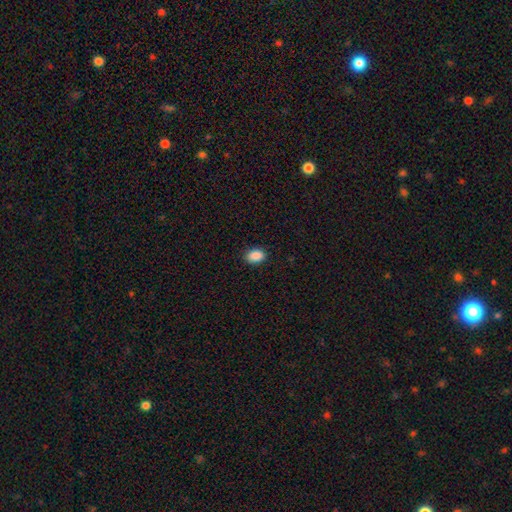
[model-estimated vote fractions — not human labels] Overall: smooth (89%). How rounded: in between (80%). Merging: none (88%).